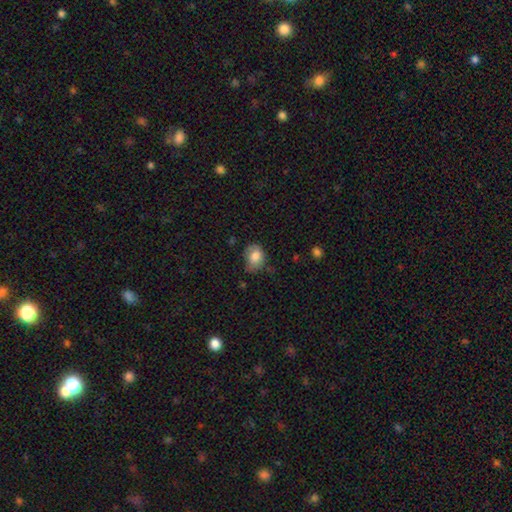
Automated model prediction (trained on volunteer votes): Smooth or featured? smooth (79%)
How rounded? in between (59%)
Merging? none (53%)